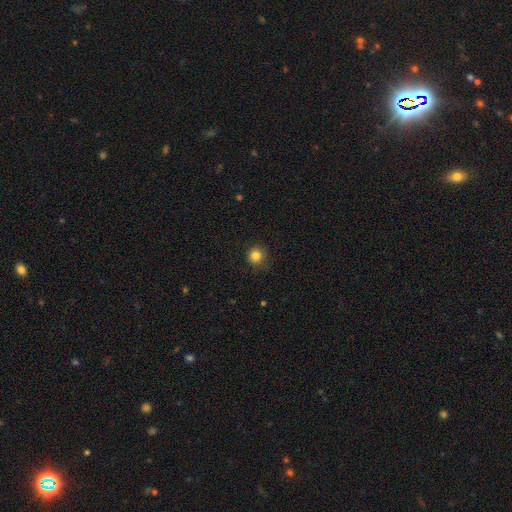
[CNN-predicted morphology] Q: Smooth or featured?
A: smooth (83%); runner-up: star or artifact (12%)
Q: How rounded?
A: round (94%); runner-up: in between (5%)
Q: Merging?
A: none (88%); runner-up: minor disturbance (9%)